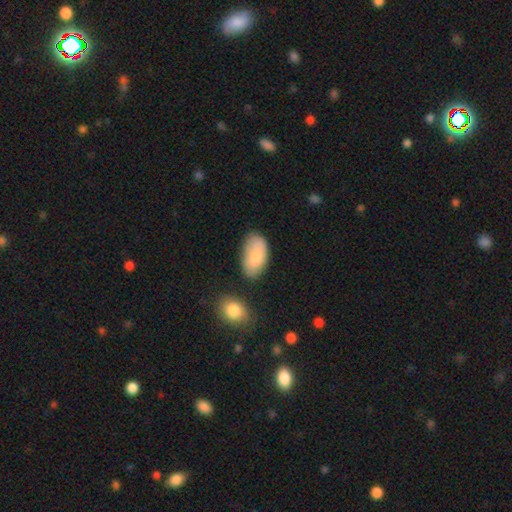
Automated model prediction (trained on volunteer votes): Morphology: type=smooth (83%); roundness=in between (95%); merging=none (66%).